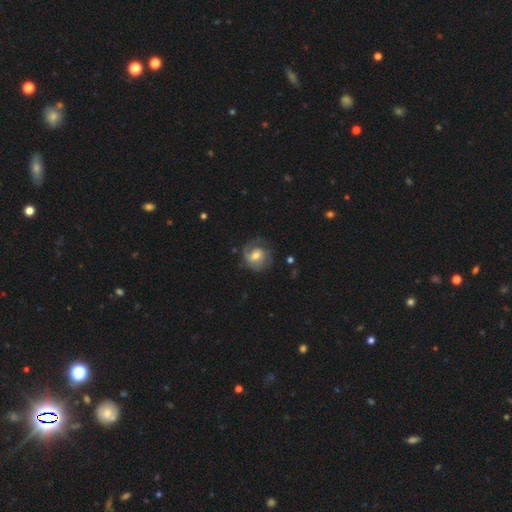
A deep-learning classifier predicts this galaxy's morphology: smooth_or_featured: featured or disk (p=0.71) [alt: smooth p=0.22]
disk_edge_on: no (p=0.98) [alt: yes p=0.02]
bar: weak (p=0.46) [alt: no p=0.42]
has_spiral_arms: yes (p=0.91) [alt: no p=0.09]
spiral_winding: medium (p=0.42) [alt: tight p=0.38]
spiral_arm_count: 2 (p=0.53) [alt: 1 p=0.28]
bulge_size: moderate (p=0.60) [alt: small p=0.29]
merging: none (p=0.67) [alt: minor disturbance p=0.19]